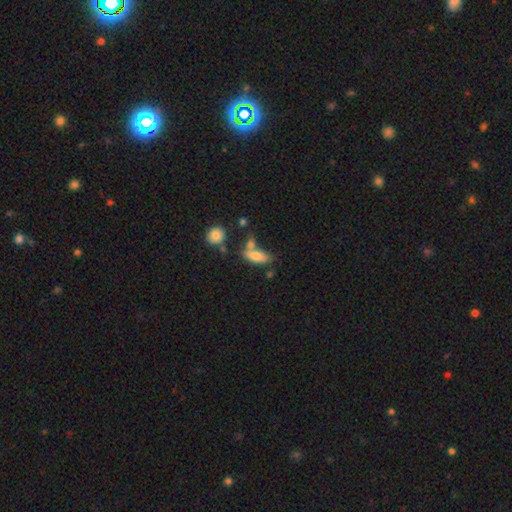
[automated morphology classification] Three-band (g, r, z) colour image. It shows a smooth galaxy with no disk features (77%) that is in between round and cigar-shaped (72%). Merging: none (48%).